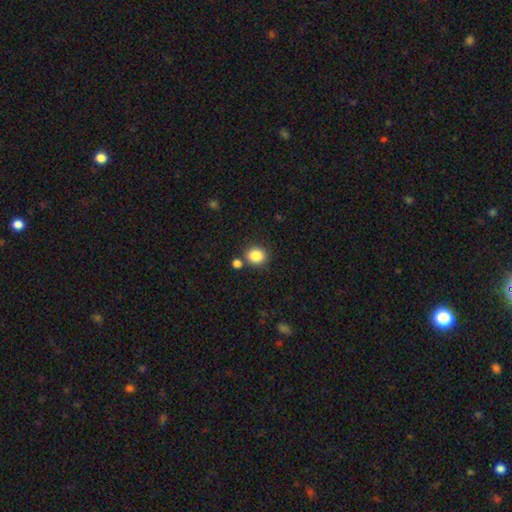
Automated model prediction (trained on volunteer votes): The model was most divided on "how rounded": round: 78%, in between: 21%, cigar-shaped: 1%. More confident: smooth or featured — smooth (86%); merging — none (77%).